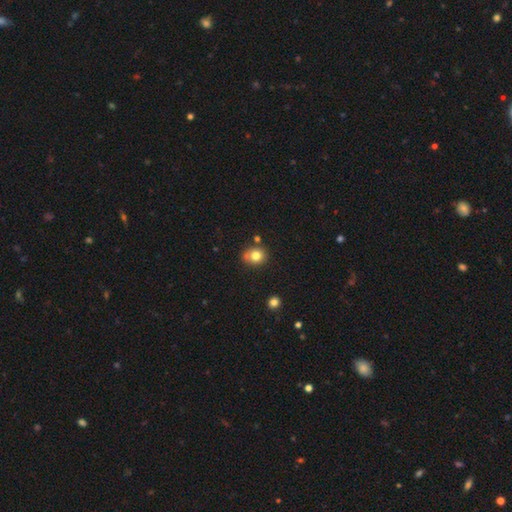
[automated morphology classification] Q: Smooth or featured?
A: smooth (79%); runner-up: star or artifact (12%)
Q: How rounded?
A: round (75%); runner-up: in between (25%)
Q: Merging?
A: none (68%); runner-up: minor disturbance (15%)